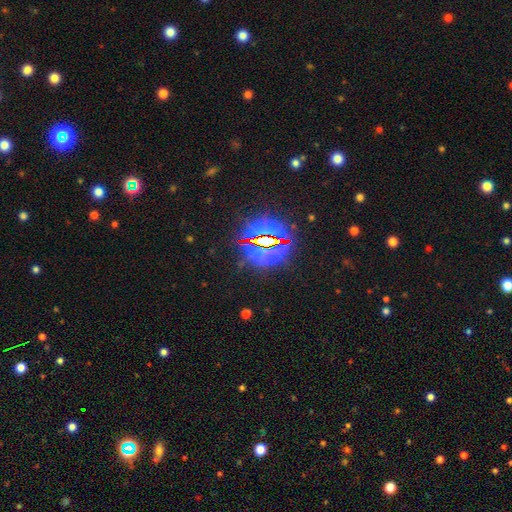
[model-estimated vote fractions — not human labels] Q: Smooth or featured?
A: star or artifact (84%); runner-up: smooth (9%)